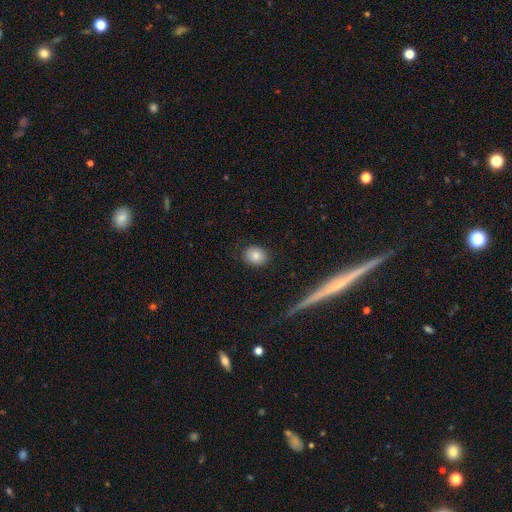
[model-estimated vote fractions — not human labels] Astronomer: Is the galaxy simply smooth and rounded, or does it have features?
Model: smooth — 82%.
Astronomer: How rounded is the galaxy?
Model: round — 53% (runner-up: in between, 45%).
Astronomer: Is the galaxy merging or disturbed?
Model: none — 88%.